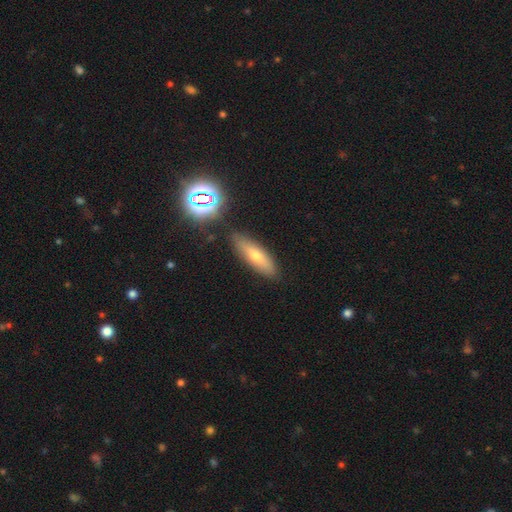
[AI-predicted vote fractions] smooth_or_featured: smooth (p=0.51) [alt: featured or disk p=0.28]
how_rounded: cigar-shaped (p=0.48) [alt: in between p=0.45]
merging: none (p=0.86) [alt: minor disturbance p=0.08]